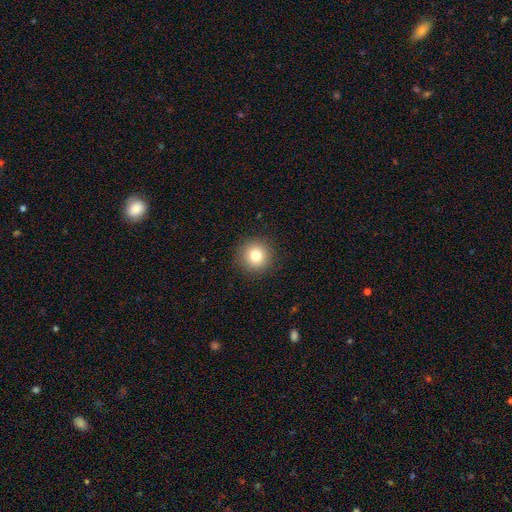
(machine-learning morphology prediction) Q: Smooth or featured?
A: smooth (80%); runner-up: star or artifact (12%)
Q: How rounded?
A: round (95%); runner-up: in between (4%)
Q: Merging?
A: none (91%); runner-up: minor disturbance (6%)